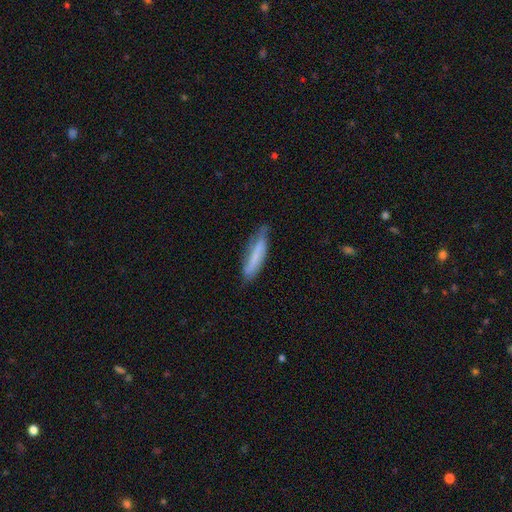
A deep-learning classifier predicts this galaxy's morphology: This appears to be a smooth galaxy with no disk features (64%) that is cigar-shaped (80%). Merging: none (63%).